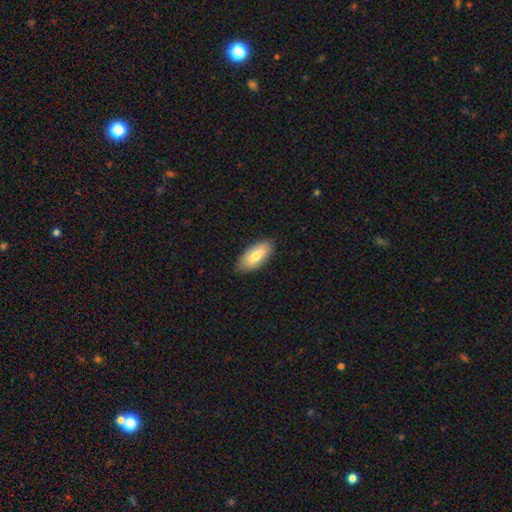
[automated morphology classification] A smooth galaxy with no disk features (73%) that is in between round and cigar-shaped (87%). Merging: none (86%).